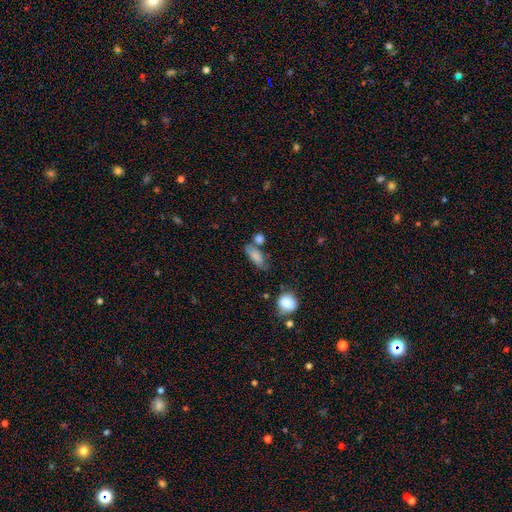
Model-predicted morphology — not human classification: Smooth or featured?
  - smooth: 79% *
  - featured or disk: 12%
  - star or artifact: 9%
How rounded?
  - in between: 76% *
  - cigar-shaped: 17%
  - round: 7%
Merging?
  - none: 51% *
  - merger: 22%
  - minor disturbance: 20%
  - major disturbance: 8%